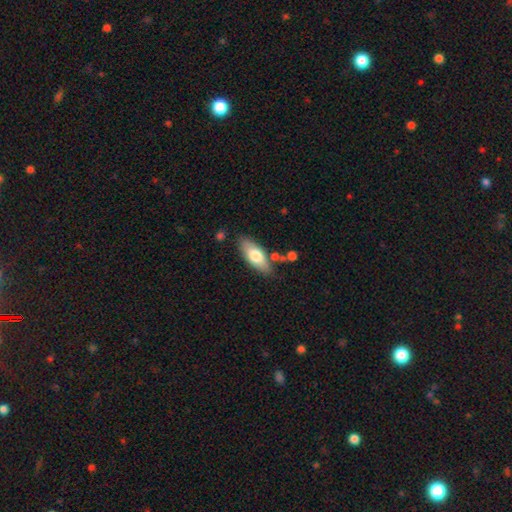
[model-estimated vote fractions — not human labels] Morphology: type=smooth (69%); roundness=in between (78%); merging=none (78%).